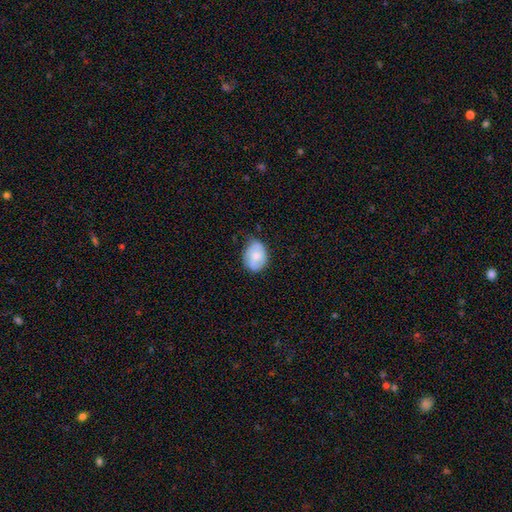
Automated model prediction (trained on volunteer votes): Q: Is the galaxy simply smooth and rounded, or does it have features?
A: smooth — 56%.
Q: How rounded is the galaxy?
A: in between — 68%.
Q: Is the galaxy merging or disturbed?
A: none — 62%.